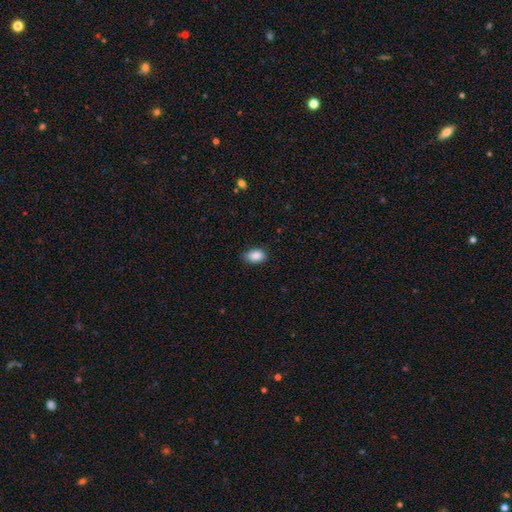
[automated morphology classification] The model was most divided on "merging": none: 81%, minor disturbance: 16%, major disturbance: 3%, merger: 1%. More confident: smooth or featured — smooth (88%); how rounded — in between (87%).